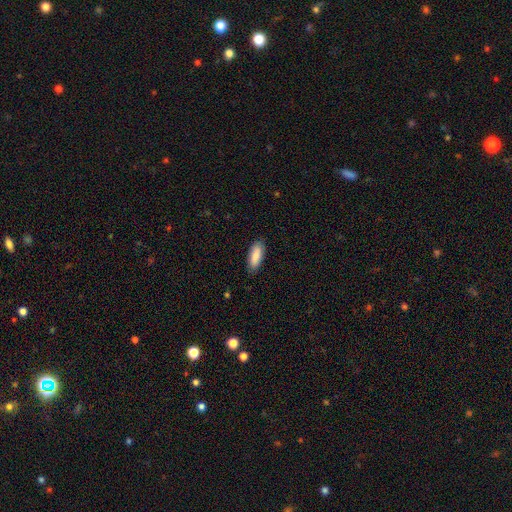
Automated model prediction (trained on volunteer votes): A smooth galaxy with no disk features (88%) that is in between round and cigar-shaped (73%).

Vote fractions:
- Smooth or featured? smooth: 88% / featured or disk: 6% / star or artifact: 6%
- How rounded? in between: 73% / cigar-shaped: 26% / round: 2%
- Merging? none: 85% / minor disturbance: 12% / major disturbance: 2% / merger: 1%